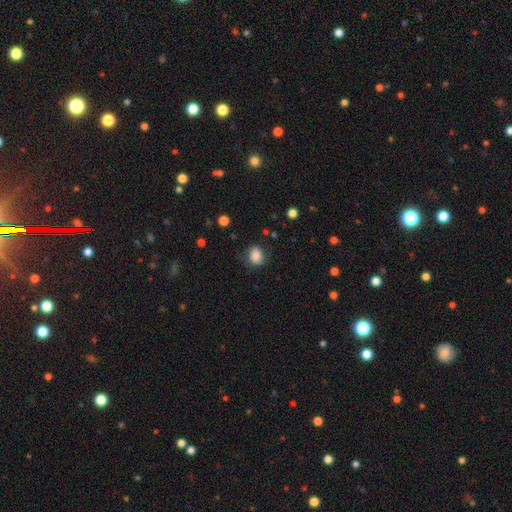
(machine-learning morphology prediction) smooth 85%, star or artifact 9%, featured or disk 6%. Down the decision tree: how rounded — round (56%); merging — none (74%).